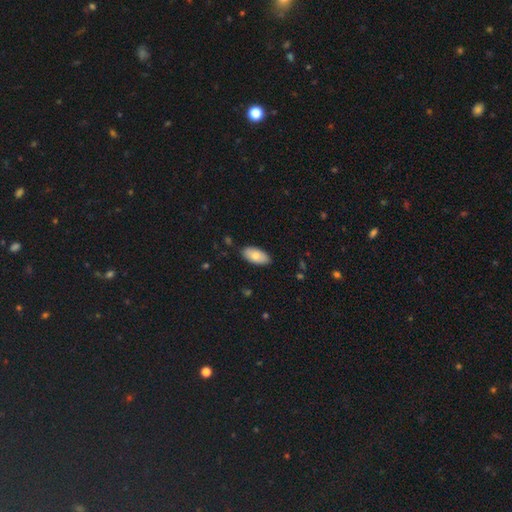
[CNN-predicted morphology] smooth 76%, featured or disk 17%, star or artifact 6%. Down the decision tree: how rounded — in between (93%); merging — none (87%).